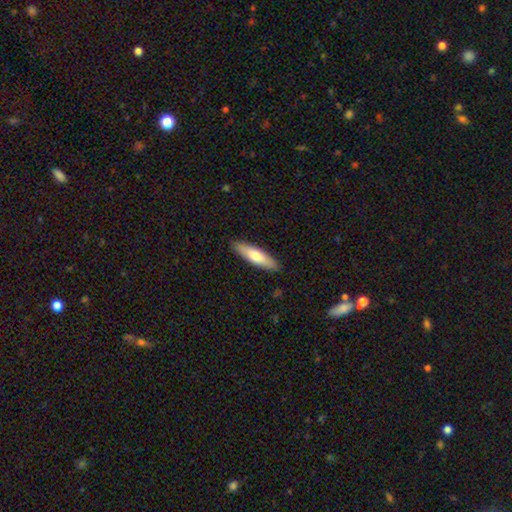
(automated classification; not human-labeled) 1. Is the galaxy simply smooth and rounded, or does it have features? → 69% smooth, 26% featured or disk, 5% star or artifact.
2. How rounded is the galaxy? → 70% cigar-shaped, 28% in between, 1% round.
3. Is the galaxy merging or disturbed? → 90% none, 8% minor disturbance, 2% major disturbance, 1% merger.